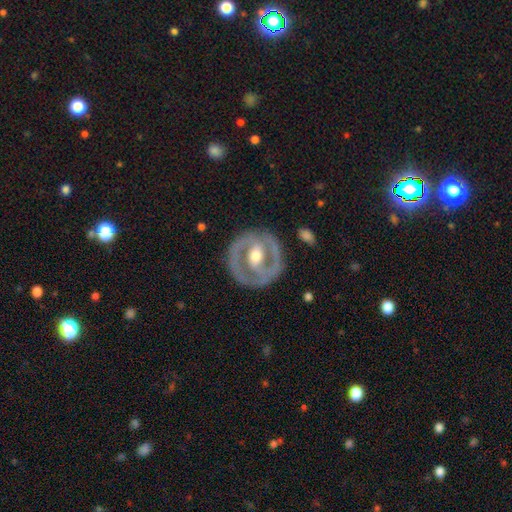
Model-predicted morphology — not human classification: A featured or disk galaxy (77%) with a weak bar (35%), no spiral arms (53%) and a moderate central bulge (72%).

Vote fractions:
- Smooth or featured? featured or disk: 77% / smooth: 18% / star or artifact: 5%
- Edge-on disk? no: 94% / yes: 6%
- Bar? weak: 35% / no: 34% / strong: 31%
- Spiral arms? no: 53% / yes: 47%
- Bulge size? moderate: 72% / small: 14% / large: 12% / dominant: 1% / none: 1%
- Merging? none: 80% / minor disturbance: 13% / major disturbance: 6% / merger: 2%